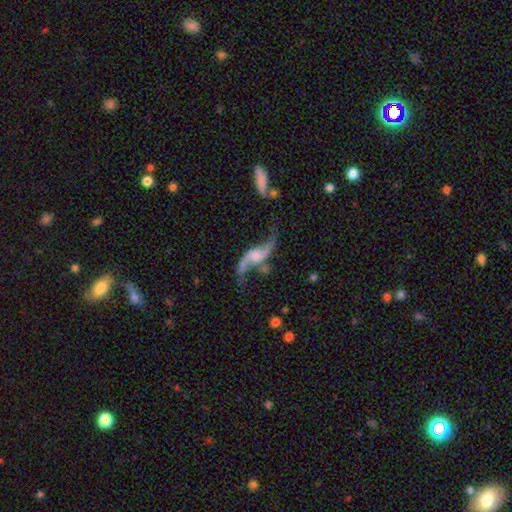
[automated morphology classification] Smooth or featured? featured or disk (88%)
Edge-on disk? no (93%)
Bar? no (53%)
Spiral arms? yes (95%)
Spiral winding? loose (94%)
Spiral arm count? 2 (94%)
Bulge size? small (29%, tied with none)
Merging? none (61%)